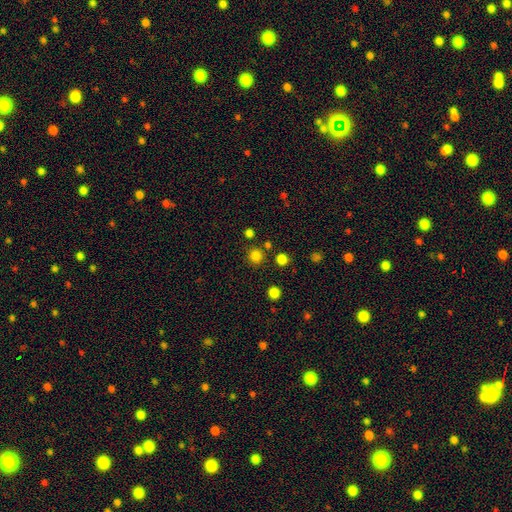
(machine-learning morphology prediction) Q: Smooth or featured?
A: smooth (80%); runner-up: star or artifact (16%)
Q: How rounded?
A: round (92%); runner-up: in between (7%)
Q: Merging?
A: none (84%); runner-up: minor disturbance (7%)